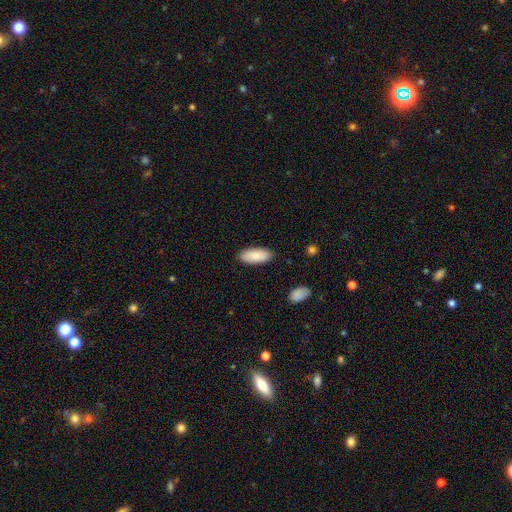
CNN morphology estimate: smooth-or-featured: smooth: 88% | featured or disk: 6% | star or artifact: 6%
  how-rounded: in between: 83% | cigar-shaped: 15% | round: 2%
  merging: none: 88% | minor disturbance: 8% | major disturbance: 2% | merger: 1%